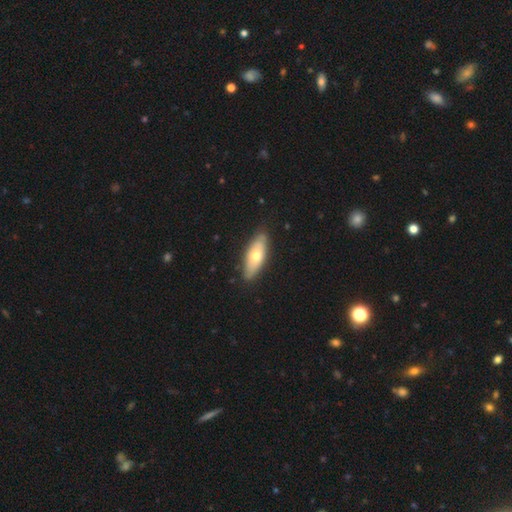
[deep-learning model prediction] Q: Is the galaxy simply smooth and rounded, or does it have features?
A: smooth — 60%.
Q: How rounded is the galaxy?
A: in between — 70%.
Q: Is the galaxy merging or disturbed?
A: none — 84%.